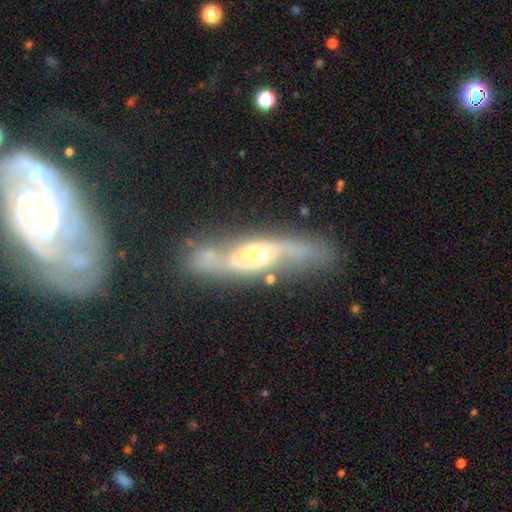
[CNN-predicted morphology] A featured or disk galaxy (77%) with no bar (46%), spiral arms (87%) and a moderate central bulge (55%). Merging: none (64%).